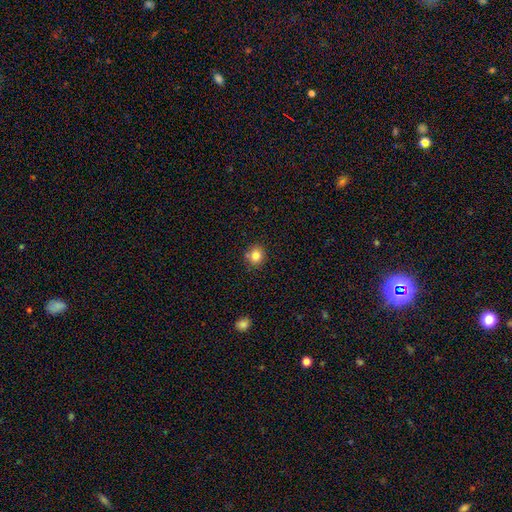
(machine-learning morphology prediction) A smooth galaxy with no disk features (82%) that is round (82%).

Vote fractions:
- Smooth or featured? smooth: 82% / star or artifact: 11% / featured or disk: 7%
- How rounded? round: 82% / in between: 17% / cigar-shaped: 1%
- Merging? none: 78% / minor disturbance: 12% / merger: 7% / major disturbance: 3%